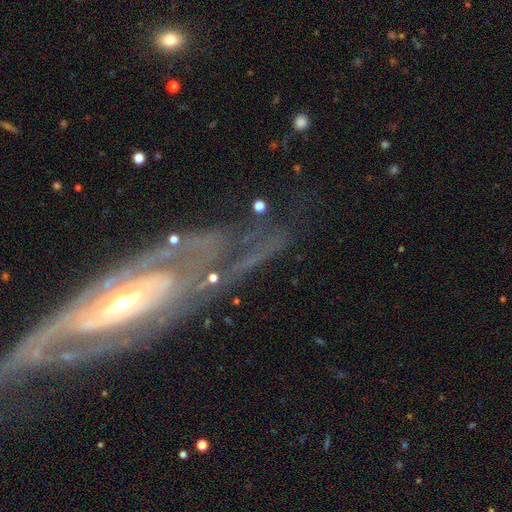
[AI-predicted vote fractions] Smooth or featured? Predicted: featured or disk (p=0.84). Edge-on disk? Predicted: no (p=0.86). Bar? Predicted: no (p=0.44). Spiral arms? Predicted: yes (p=0.87). Spiral winding? Predicted: tight (p=0.59). Spiral arm count? Predicted: 2 (p=0.37). Bulge size? Predicted: small (p=0.65). Merging? Predicted: none (p=0.65).